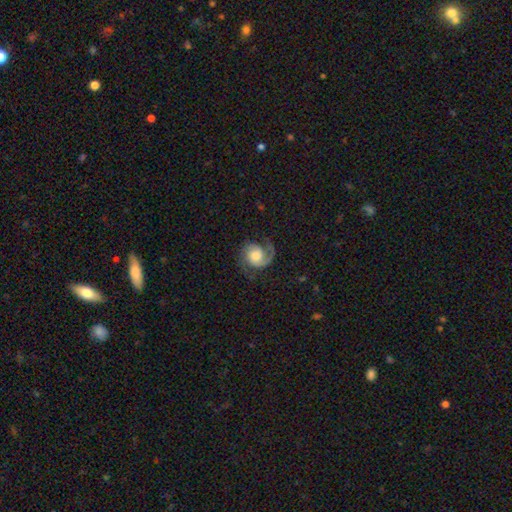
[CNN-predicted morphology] This is clearly a featured or disk galaxy (82%). It is clearly not viewed edge-on (98%). Bar: likely no (71%). Spiral arm pattern: clearly yes (97%). Spiral arm count: likely 2 (75%). Spiral winding: possibly medium (47%). Central bulge: possibly moderate (51%). Merging: likely none (68%).